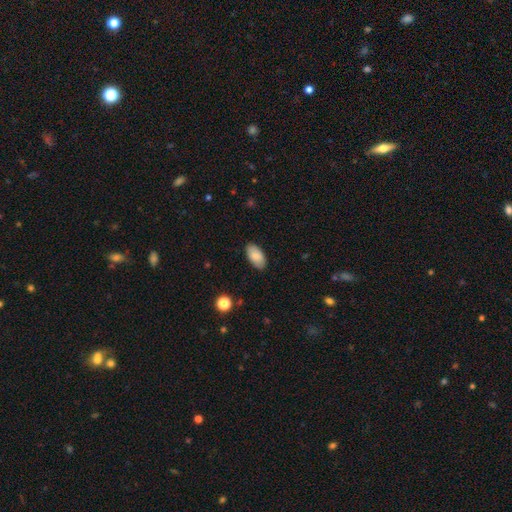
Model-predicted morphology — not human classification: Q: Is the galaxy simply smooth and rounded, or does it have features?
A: smooth — 85%.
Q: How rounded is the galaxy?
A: in between — 95%.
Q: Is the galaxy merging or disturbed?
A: none — 87%.